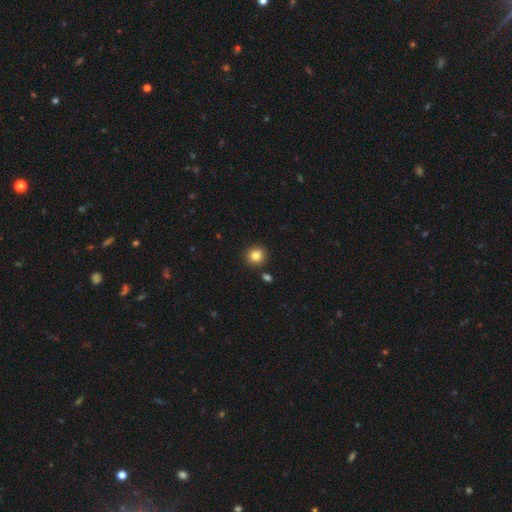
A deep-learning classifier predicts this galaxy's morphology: Smooth or featured: smooth — 83% (star or artifact — 10%)
How rounded: round — 89% (in between — 10%)
Merging: none — 87% (minor disturbance — 7%)